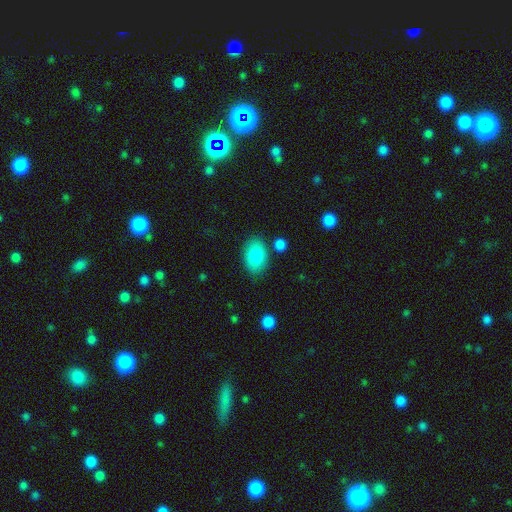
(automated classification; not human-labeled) This is clearly a smooth galaxy (84%). How rounded: clearly in between (87%). Merging: likely none (79%).